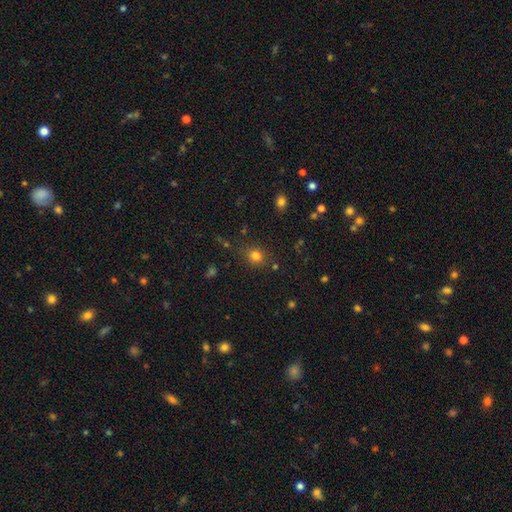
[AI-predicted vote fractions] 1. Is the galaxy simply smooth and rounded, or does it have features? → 78% smooth, 15% star or artifact, 6% featured or disk.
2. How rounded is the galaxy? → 75% round, 24% in between, 1% cigar-shaped.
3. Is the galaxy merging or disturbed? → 80% none, 11% minor disturbance, 4% major disturbance, 4% merger.